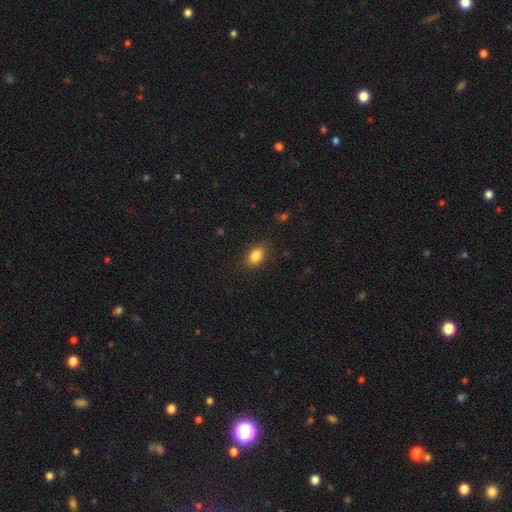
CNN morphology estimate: Smooth or featured?
  - smooth: 85% *
  - star or artifact: 9%
  - featured or disk: 6%
How rounded?
  - in between: 84% *
  - round: 14%
  - cigar-shaped: 2%
Merging?
  - none: 86% *
  - minor disturbance: 10%
  - major disturbance: 3%
  - merger: 1%